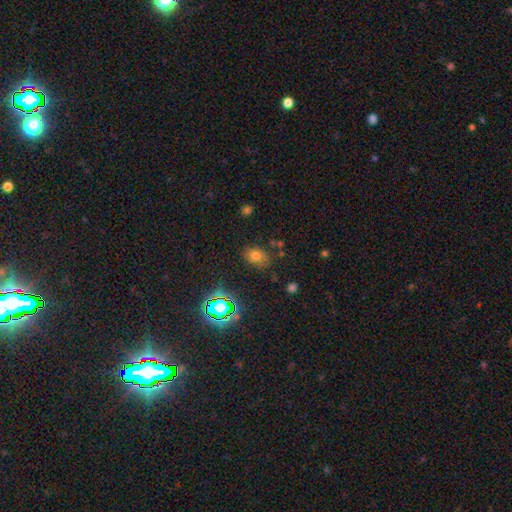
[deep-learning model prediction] Q: Smooth or featured?
A: smooth (67%); runner-up: star or artifact (22%)
Q: How rounded?
A: in between (73%); runner-up: round (26%)
Q: Merging?
A: none (74%); runner-up: minor disturbance (17%)